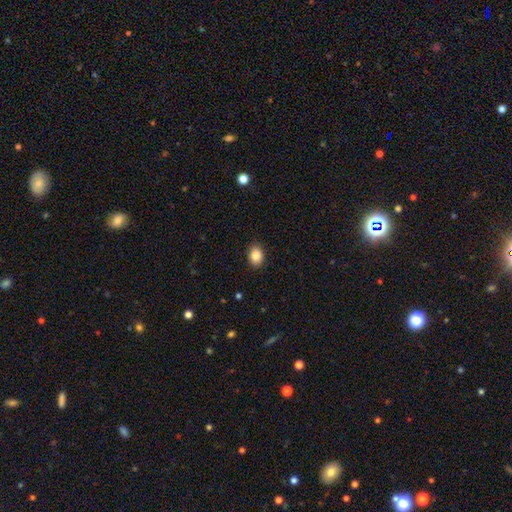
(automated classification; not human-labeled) smooth_or_featured: smooth (p=0.87) [alt: star or artifact p=0.08]
how_rounded: in between (p=0.65) [alt: round p=0.34]
merging: none (p=0.89) [alt: minor disturbance p=0.08]